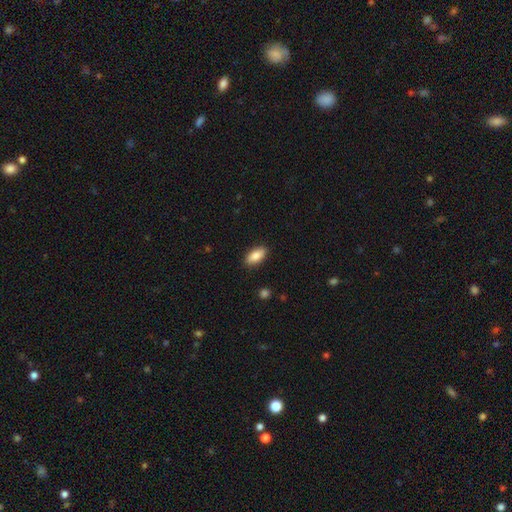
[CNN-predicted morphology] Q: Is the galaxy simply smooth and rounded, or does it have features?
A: smooth — 85%.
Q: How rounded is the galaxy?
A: in between — 89%.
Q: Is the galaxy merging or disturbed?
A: none — 88%.